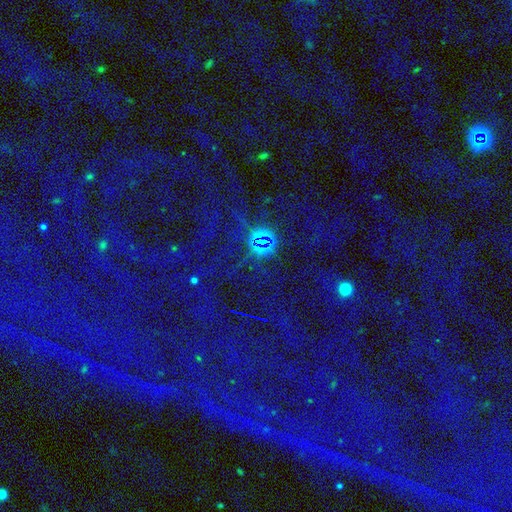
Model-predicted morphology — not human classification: Overall: star or artifact (78%).